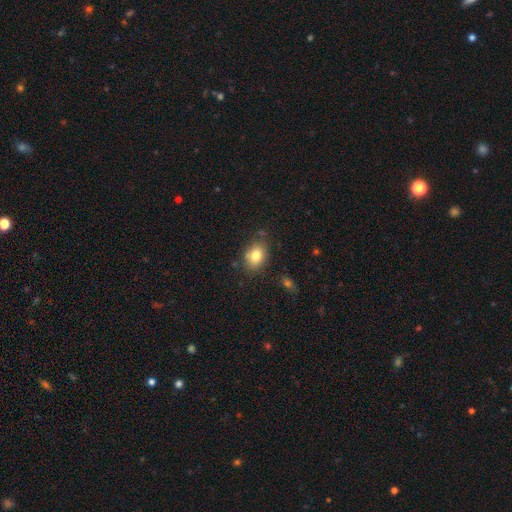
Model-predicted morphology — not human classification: Q: Smooth or featured?
A: smooth (81%); runner-up: featured or disk (10%)
Q: How rounded?
A: in between (64%); runner-up: round (35%)
Q: Merging?
A: none (78%); runner-up: minor disturbance (15%)